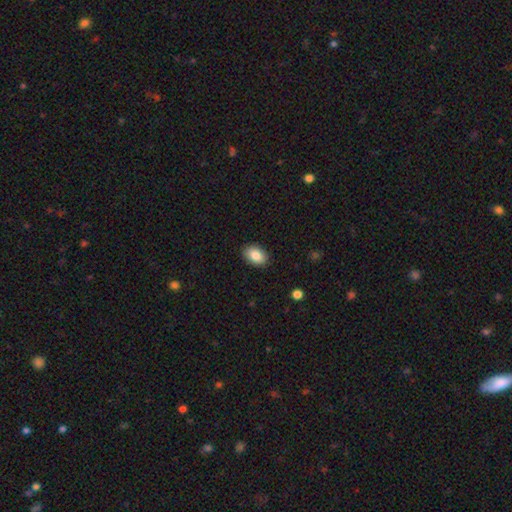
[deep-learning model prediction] smooth 86%, star or artifact 7%, featured or disk 7%. Down the decision tree: how rounded — in between (85%); merging — none (89%).